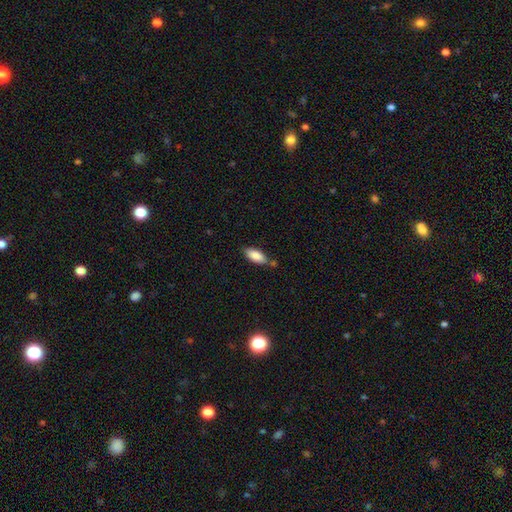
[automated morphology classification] This is clearly a smooth galaxy (85%). How rounded: clearly in between (84%). Merging: likely none (67%).